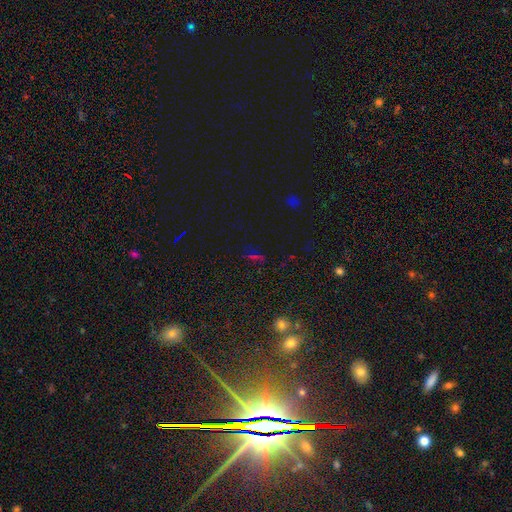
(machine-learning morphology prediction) Smooth or featured? star or artifact (62%)